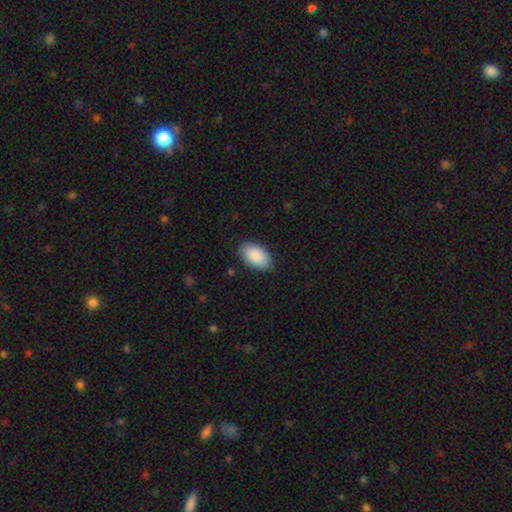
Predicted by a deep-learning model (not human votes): The model was most divided on "merging": none: 86%, minor disturbance: 11%, major disturbance: 2%, merger: 1%. More confident: how rounded — in between (95%); smooth or featured — smooth (90%).